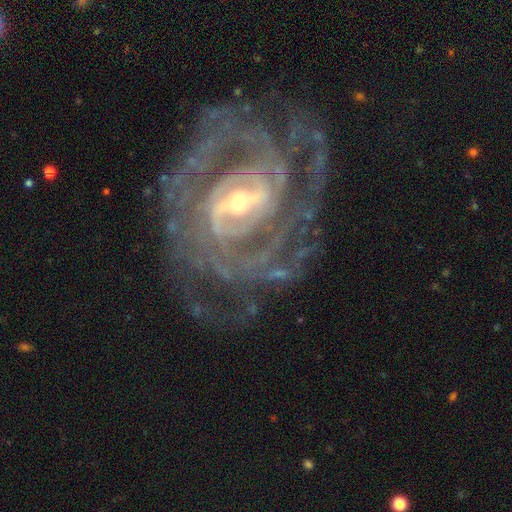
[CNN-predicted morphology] type=featured or disk (91%); edge-on=no (97%); bar=strong (51%); spiral arms=yes (97%); winding=tight (67%); arm count=can't tell (26%); bulge=small (56%); merging=none (73%).